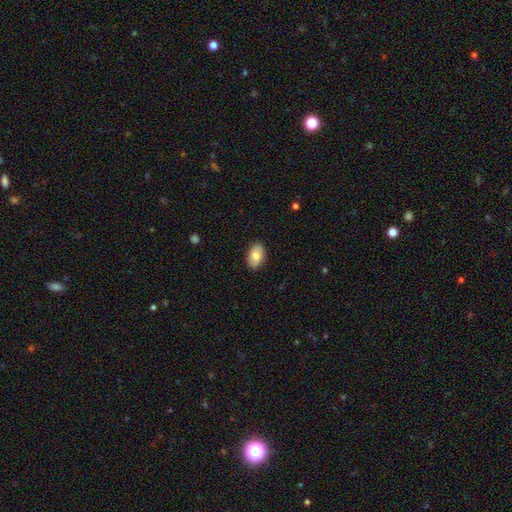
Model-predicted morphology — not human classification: A smooth galaxy with no disk features (82%) that is in between round and cigar-shaped (91%).

Vote fractions:
- Smooth or featured? smooth: 82% / featured or disk: 11% / star or artifact: 7%
- How rounded? in between: 91% / round: 7% / cigar-shaped: 1%
- Merging? none: 88% / minor disturbance: 9% / major disturbance: 2% / merger: 1%